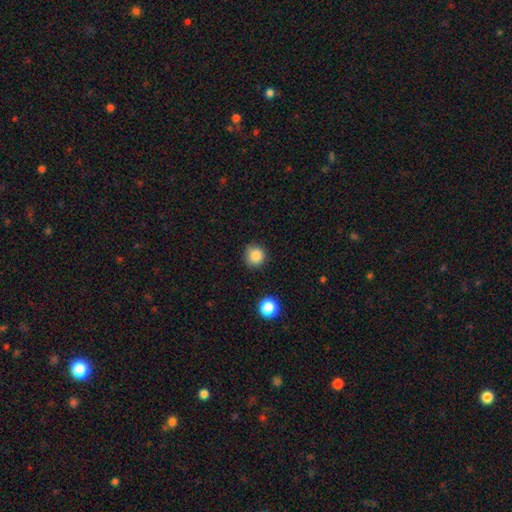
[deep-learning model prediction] Q: Smooth or featured?
A: smooth (86%); runner-up: star or artifact (11%)
Q: How rounded?
A: round (92%); runner-up: in between (7%)
Q: Merging?
A: none (84%); runner-up: minor disturbance (11%)